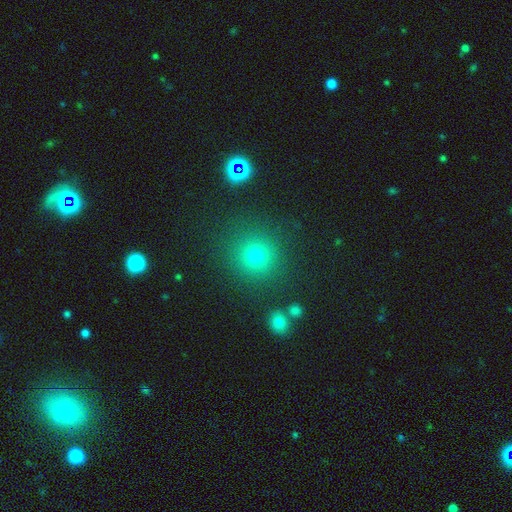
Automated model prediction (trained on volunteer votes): Overall: smooth (73%). How rounded: round (93%). Merging: none (86%).